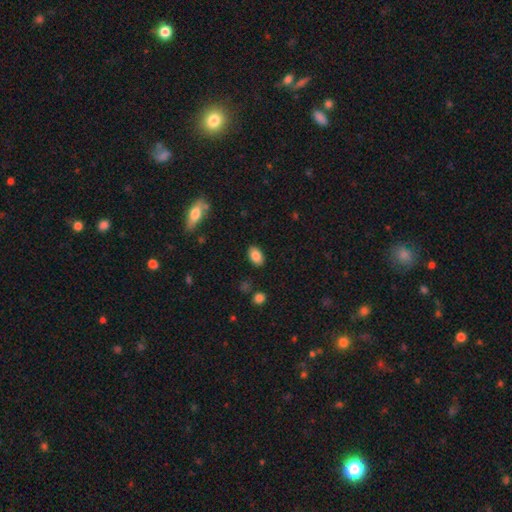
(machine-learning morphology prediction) Q: Smooth or featured?
A: smooth (86%); runner-up: star or artifact (8%)
Q: How rounded?
A: in between (89%); runner-up: round (9%)
Q: Merging?
A: none (87%); runner-up: minor disturbance (9%)